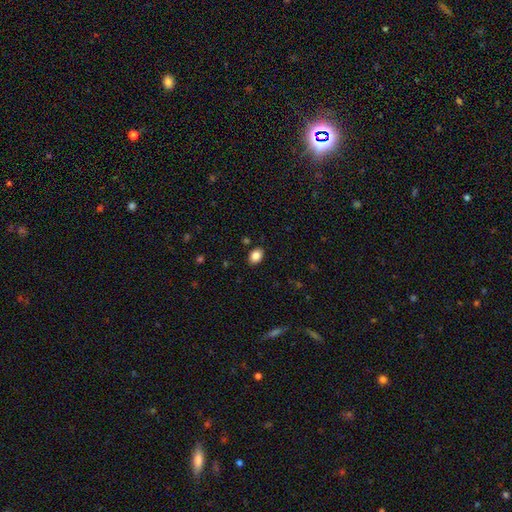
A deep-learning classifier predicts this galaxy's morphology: Smooth or featured? smooth (86%)
How rounded? in between (74%)
Merging? none (88%)